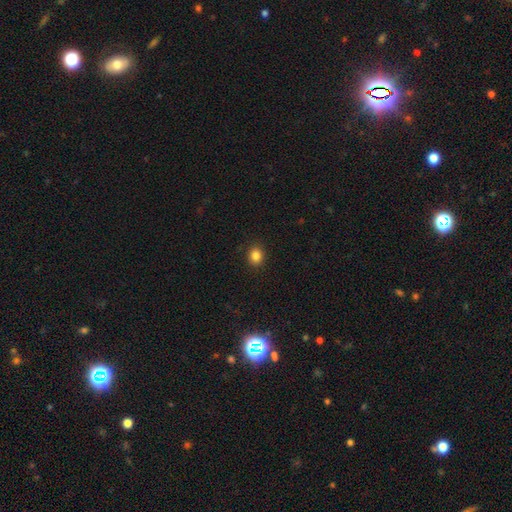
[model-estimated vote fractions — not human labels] smooth 84%, star or artifact 11%, featured or disk 4%. Down the decision tree: how rounded — round (71%); merging — none (91%).